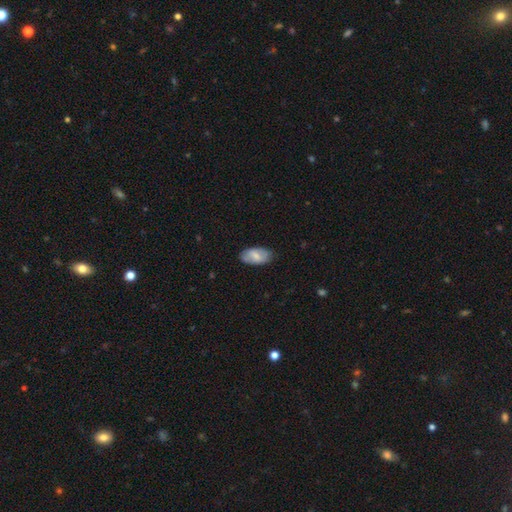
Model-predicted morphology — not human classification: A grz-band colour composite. It shows a smooth galaxy with no disk features (66%) that is in between round and cigar-shaped (94%). Merging: none (80%).